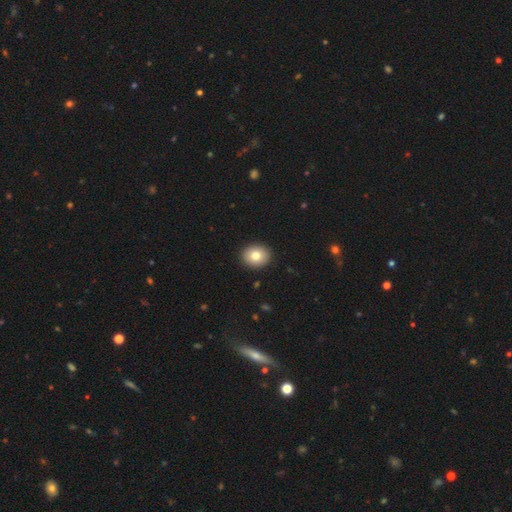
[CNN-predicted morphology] smooth-or-featured: smooth: 79% | featured or disk: 12% | star or artifact: 9%
  how-rounded: round: 60% | in between: 39% | cigar-shaped: 1%
  merging: none: 92% | minor disturbance: 6% | major disturbance: 2% | merger: 1%